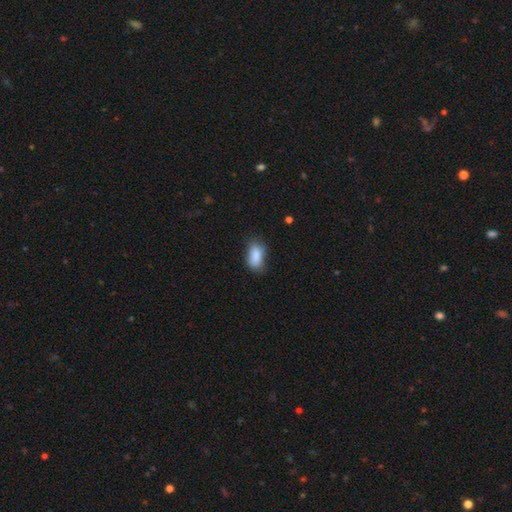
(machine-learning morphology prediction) Overall: smooth (85%). How rounded: in between (89%). Merging: none (64%; minor disturbance 28%).